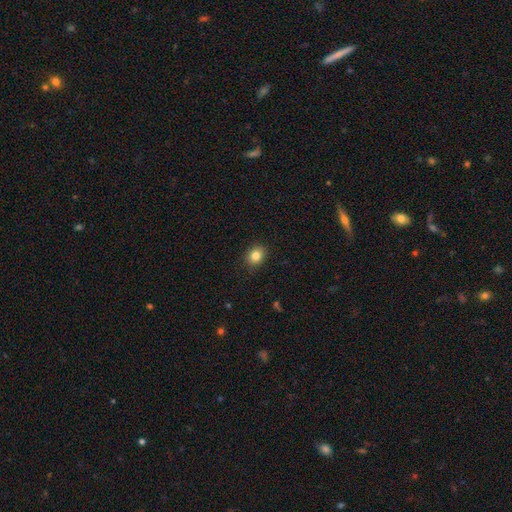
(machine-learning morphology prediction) This appears to be a smooth galaxy with no disk features (83%) that is round (58%). Merging: none (89%).